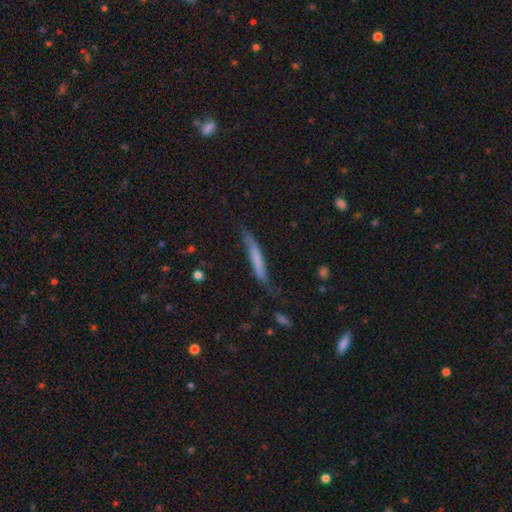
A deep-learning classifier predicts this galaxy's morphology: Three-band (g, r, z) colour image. It shows a smooth galaxy with no disk features (57%) that is cigar-shaped (93%). Merging: none (55%).